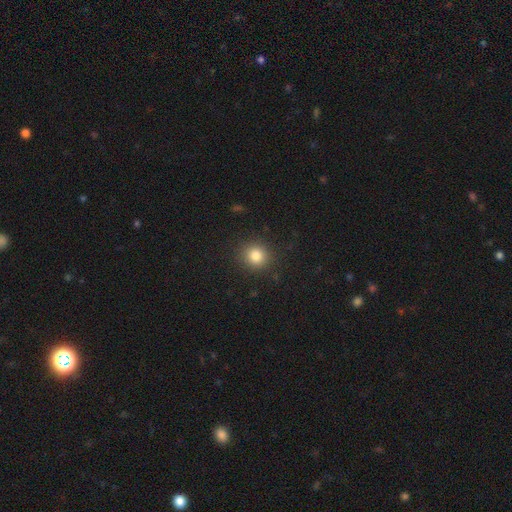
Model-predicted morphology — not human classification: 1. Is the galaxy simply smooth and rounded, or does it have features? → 83% smooth, 12% star or artifact, 5% featured or disk.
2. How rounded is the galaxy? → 87% round, 12% in between, 1% cigar-shaped.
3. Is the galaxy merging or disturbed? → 89% none, 7% minor disturbance, 3% major disturbance, 1% merger.